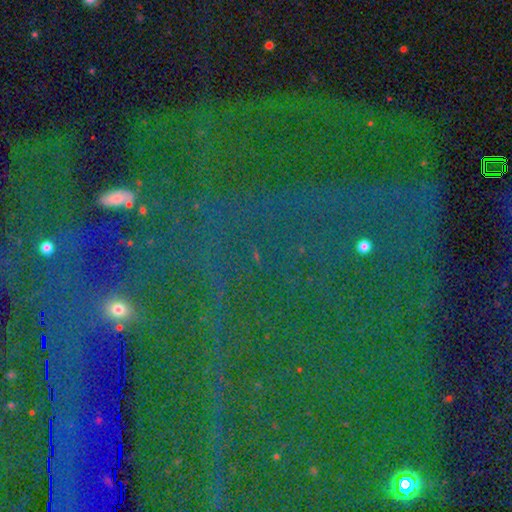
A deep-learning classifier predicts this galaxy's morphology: Smooth or featured?
  - star or artifact: 86% *
  - featured or disk: 7%
  - smooth: 7%